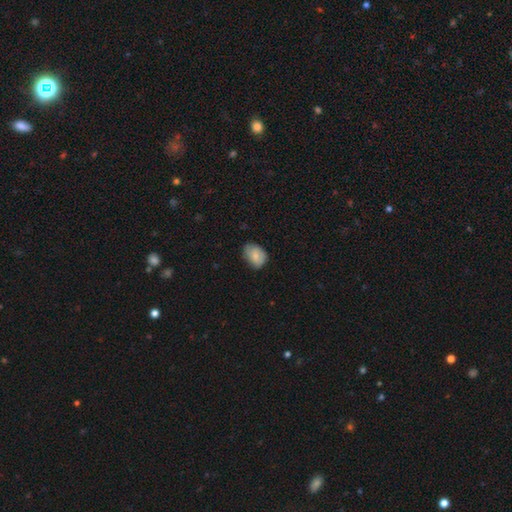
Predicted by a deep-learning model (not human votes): The model was most divided on "merging": none: 65%, minor disturbance: 29%, major disturbance: 5%, merger: 1%. More confident: smooth or featured — smooth (74%); how rounded — in between (72%).